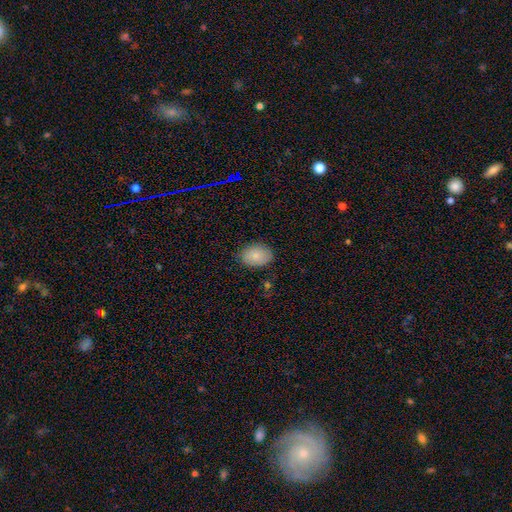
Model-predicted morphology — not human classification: smooth-or-featured: smooth: 84% | featured or disk: 9% | star or artifact: 7%
  how-rounded: in between: 77% | round: 22% | cigar-shaped: 1%
  merging: none: 82% | minor disturbance: 14% | major disturbance: 3% | merger: 1%